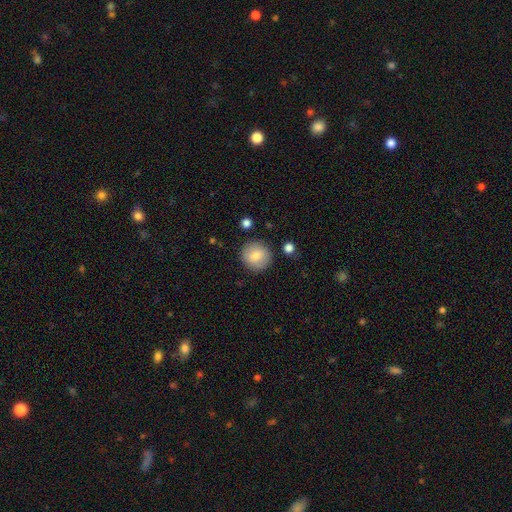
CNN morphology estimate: Smooth or featured: smooth — 80% (featured or disk — 12%)
How rounded: round — 93% (in between — 6%)
Merging: none — 88% (minor disturbance — 7%)